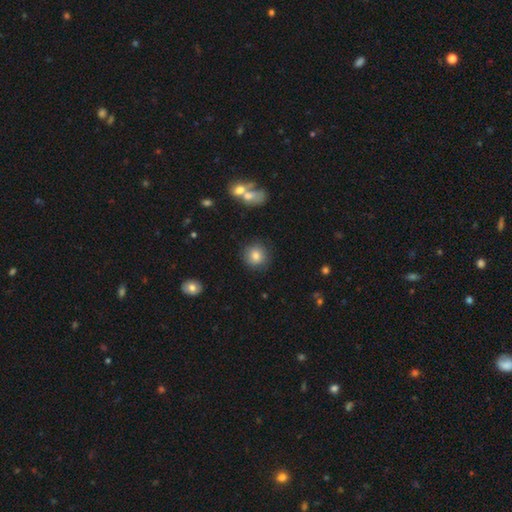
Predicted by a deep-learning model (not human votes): A smooth galaxy with no disk features (82%) that is round (90%).

Vote fractions:
- Smooth or featured? smooth: 82% / star or artifact: 9% / featured or disk: 9%
- How rounded? round: 90% / in between: 9% / cigar-shaped: 1%
- Merging? none: 86% / minor disturbance: 9% / major disturbance: 3% / merger: 3%